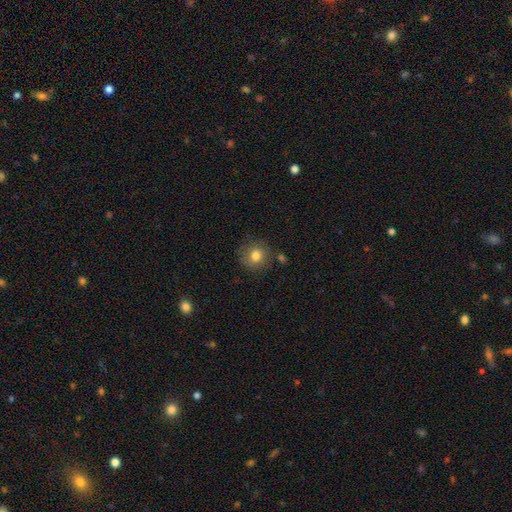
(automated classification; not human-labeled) This is likely a smooth galaxy (79%). How rounded: clearly round (88%). Merging: likely none (80%).